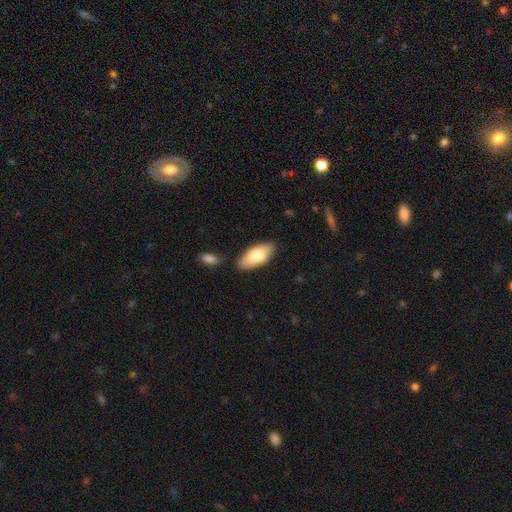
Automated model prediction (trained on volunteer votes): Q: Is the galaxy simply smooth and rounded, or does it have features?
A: smooth — 79%.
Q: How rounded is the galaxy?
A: in between — 89%.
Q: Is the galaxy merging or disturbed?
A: none — 81%.